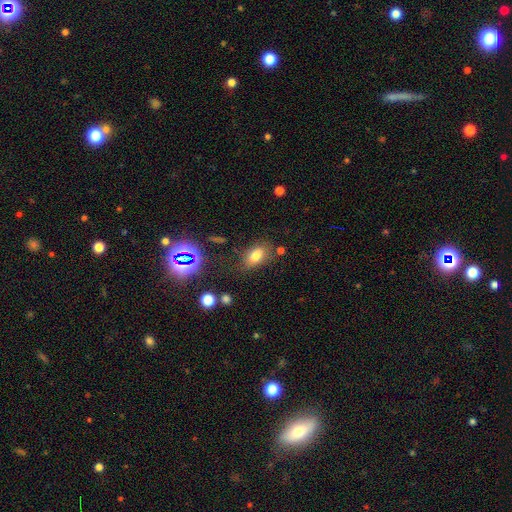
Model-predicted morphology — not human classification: Q: Smooth or featured?
A: smooth (73%); runner-up: star or artifact (16%)
Q: How rounded?
A: in between (84%); runner-up: round (12%)
Q: Merging?
A: none (71%); runner-up: minor disturbance (17%)